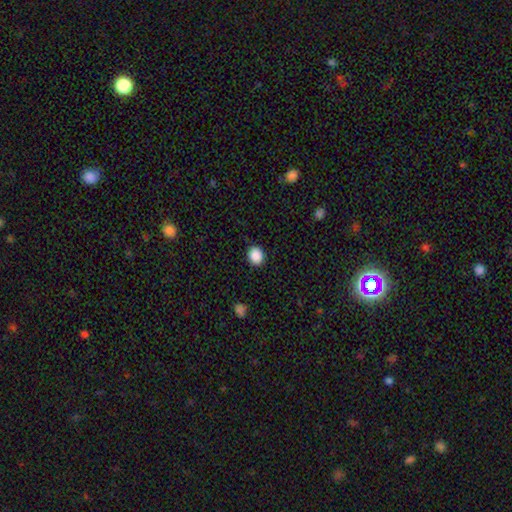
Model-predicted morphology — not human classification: smooth_or_featured: smooth (p=0.89) [alt: star or artifact p=0.09]
how_rounded: round (p=0.72) [alt: in between p=0.27]
merging: none (p=0.90) [alt: minor disturbance p=0.07]